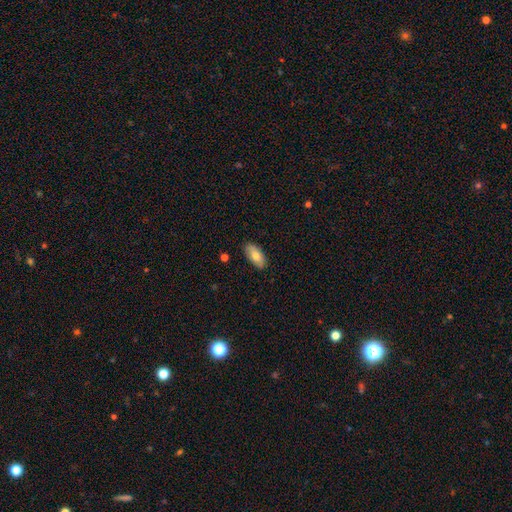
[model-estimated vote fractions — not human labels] Smooth or featured? smooth (75%)
How rounded? in between (91%)
Merging? none (84%)